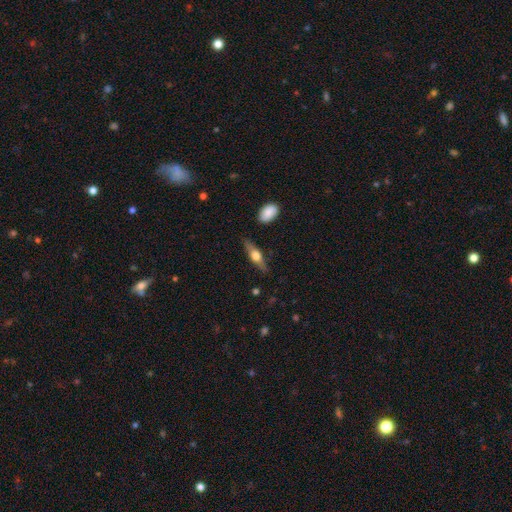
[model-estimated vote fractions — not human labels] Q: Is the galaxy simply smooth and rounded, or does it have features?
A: featured or disk — 55%.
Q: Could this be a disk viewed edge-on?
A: yes — 93%.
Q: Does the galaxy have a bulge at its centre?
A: rounded — 94%.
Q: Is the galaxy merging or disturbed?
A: none — 84%.